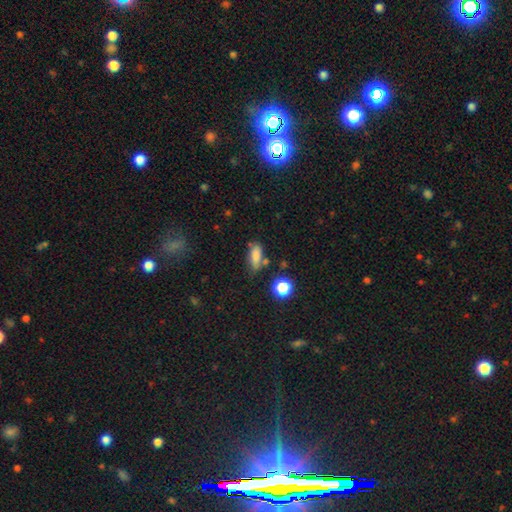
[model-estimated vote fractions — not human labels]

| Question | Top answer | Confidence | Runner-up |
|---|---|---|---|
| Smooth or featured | smooth | 78% | star or artifact (12%) |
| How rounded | in between | 71% | cigar-shaped (23%) |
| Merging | none | 65% | minor disturbance (21%) |